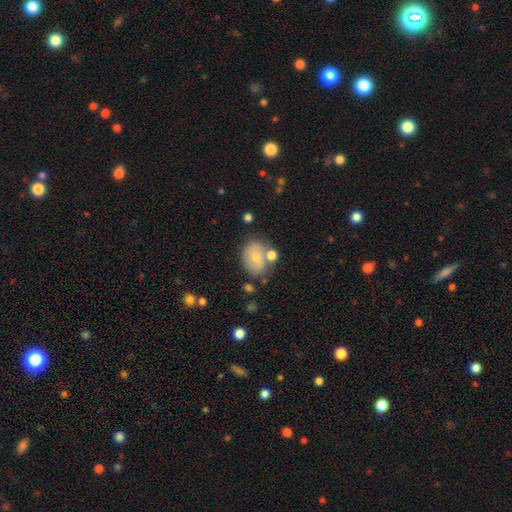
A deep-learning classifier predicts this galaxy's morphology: smooth_or_featured: smooth (p=0.57) [alt: featured or disk p=0.33]
how_rounded: in between (p=0.55) [alt: round p=0.44]
merging: none (p=0.61) [alt: minor disturbance p=0.18]